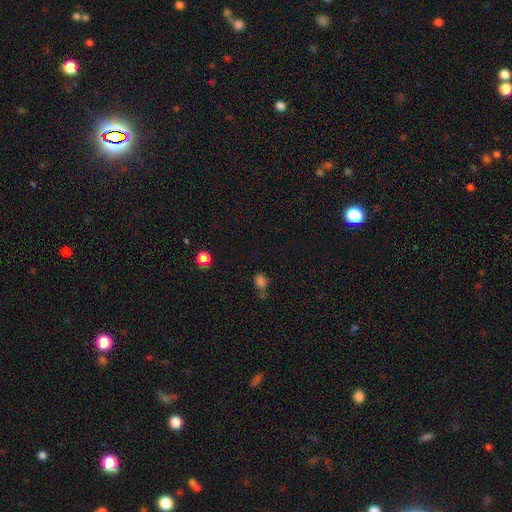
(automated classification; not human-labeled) Morphology: type=smooth (64%); roundness=in between (62%); merging=none (52%).